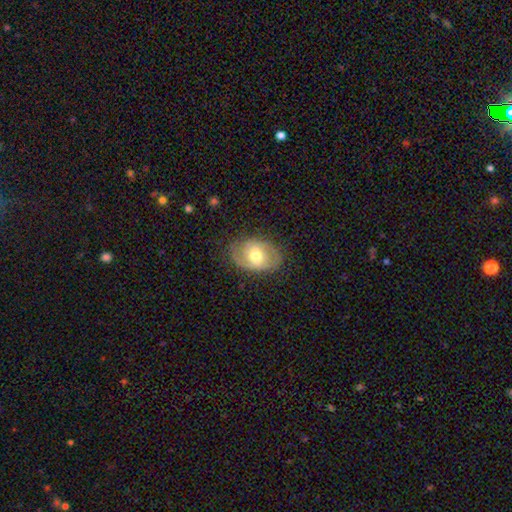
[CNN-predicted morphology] The model was most divided on "bar": weak: 44%, no: 41%, strong: 15%. More confident: edge-on disk — no (95%); spiral arms — yes (80%); merging — none (71%); bulge size — moderate (69%); smooth or featured — featured or disk (61%).